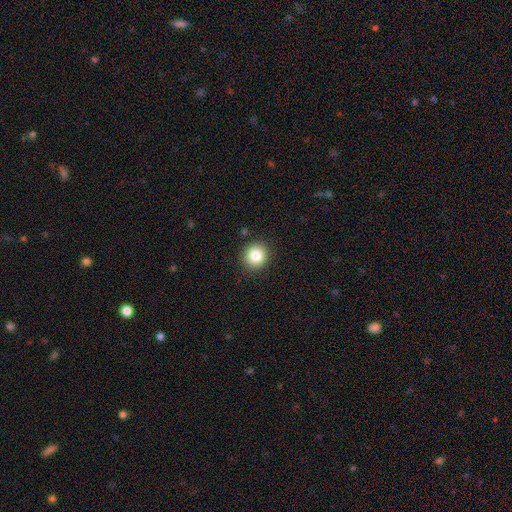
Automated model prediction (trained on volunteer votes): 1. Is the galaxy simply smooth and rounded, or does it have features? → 84% smooth, 10% star or artifact, 6% featured or disk.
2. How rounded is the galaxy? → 89% round, 10% in between, 1% cigar-shaped.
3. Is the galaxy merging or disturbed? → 90% none, 6% minor disturbance, 2% major disturbance, 1% merger.